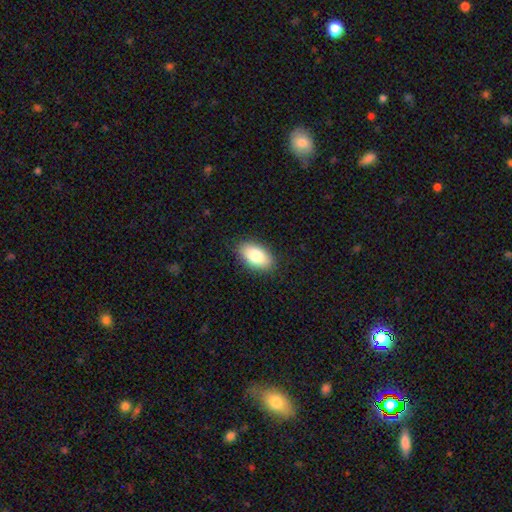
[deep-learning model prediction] smooth_or_featured: smooth (p=0.82) [alt: featured or disk p=0.11]
how_rounded: in between (p=0.93) [alt: round p=0.05]
merging: none (p=0.88) [alt: minor disturbance p=0.09]